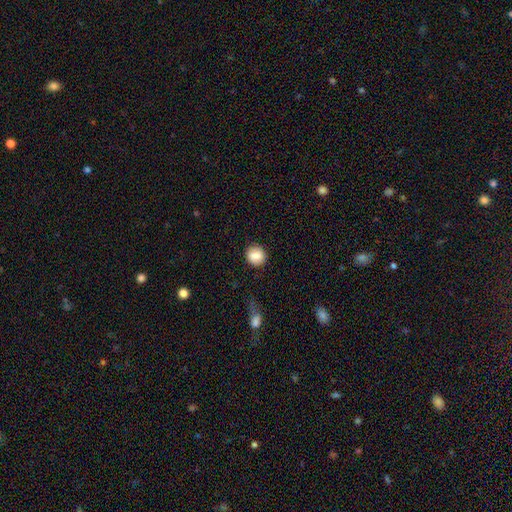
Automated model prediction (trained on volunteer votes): Overall: smooth (83%). How rounded: round (84%). Merging: none (85%).